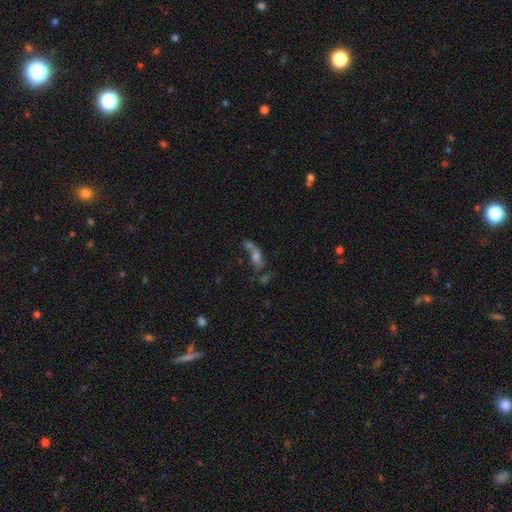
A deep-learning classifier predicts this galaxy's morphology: A smooth galaxy with no disk features (46%).

Vote fractions:
- Smooth or featured? smooth: 46% / featured or disk: 32% / star or artifact: 22%
- Merging? merger: 47% / none: 27% / major disturbance: 15% / minor disturbance: 12%